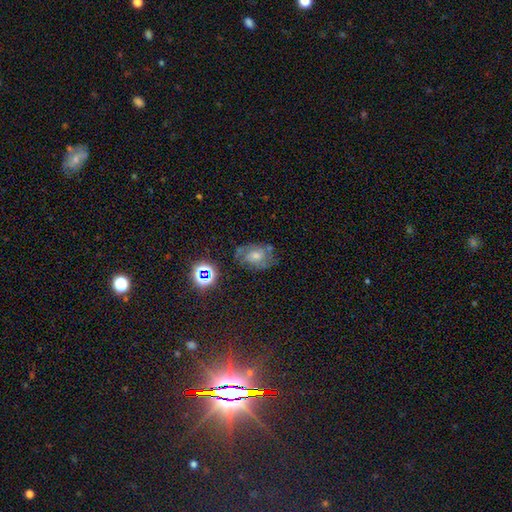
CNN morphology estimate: Q: Smooth or featured?
A: featured or disk (53%); runner-up: smooth (29%)
Q: Edge-on disk?
A: no (96%); runner-up: yes (4%)
Q: Bar?
A: no (72%); runner-up: weak (23%)
Q: Spiral arms?
A: yes (76%); runner-up: no (24%)
Q: Bulge size?
A: moderate (50%); runner-up: small (32%)
Q: Merging?
A: none (59%); runner-up: minor disturbance (24%)